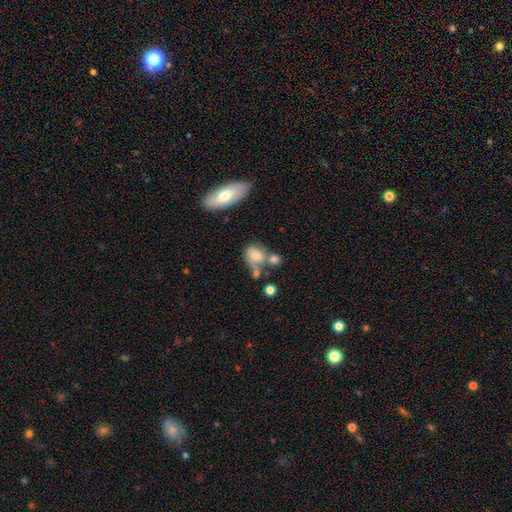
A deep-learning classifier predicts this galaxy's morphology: smooth 65%, featured or disk 25%, star or artifact 10%. Down the decision tree: how rounded — in between (51%); merging — none (35%, tied with merger).